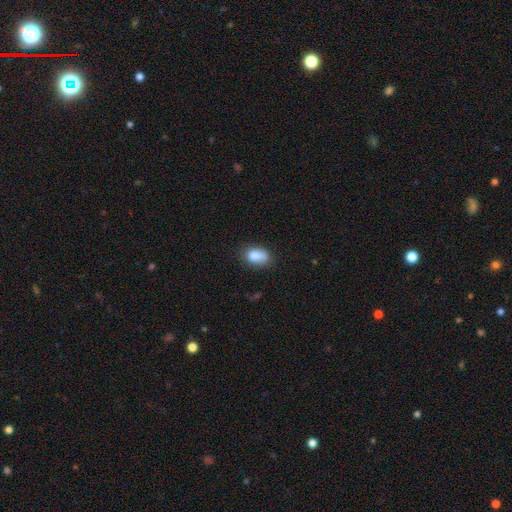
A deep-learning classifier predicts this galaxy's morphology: type=smooth (84%); roundness=in between (83%); merging=none (61%).